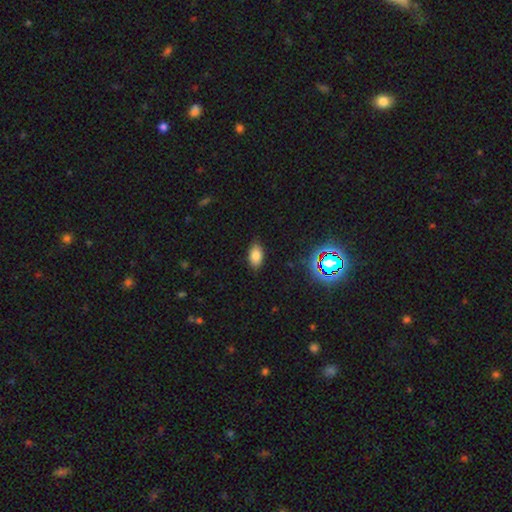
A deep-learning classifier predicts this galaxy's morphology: Q: Smooth or featured?
A: smooth (80%); runner-up: star or artifact (12%)
Q: How rounded?
A: in between (91%); runner-up: round (6%)
Q: Merging?
A: none (84%); runner-up: minor disturbance (12%)